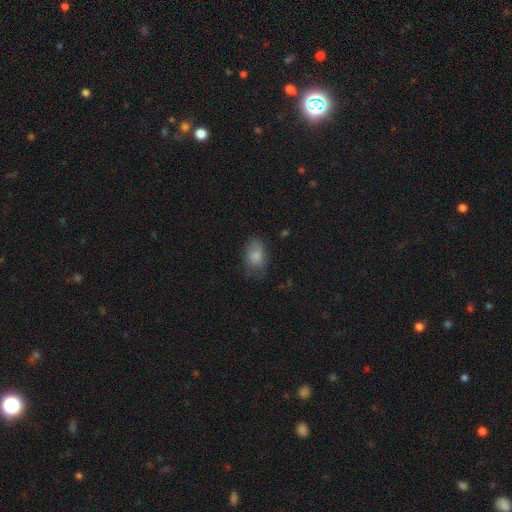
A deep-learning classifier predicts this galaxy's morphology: This appears to be a smooth galaxy with no disk features (80%) that is in between round and cigar-shaped (84%). Merging: none (56%).